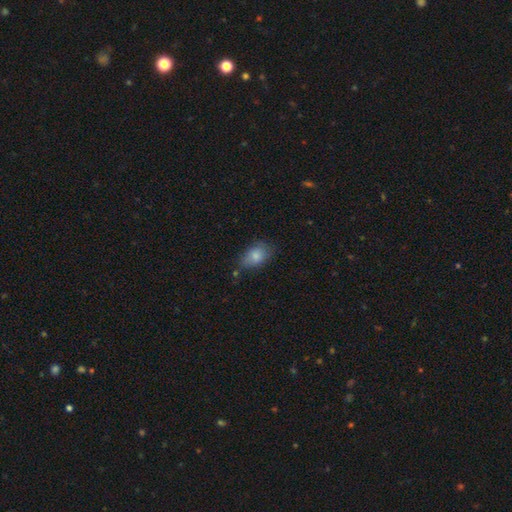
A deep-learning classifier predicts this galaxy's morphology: This is clearly a smooth galaxy (82%). How rounded: clearly in between (85%). Merging: likely none (60%).